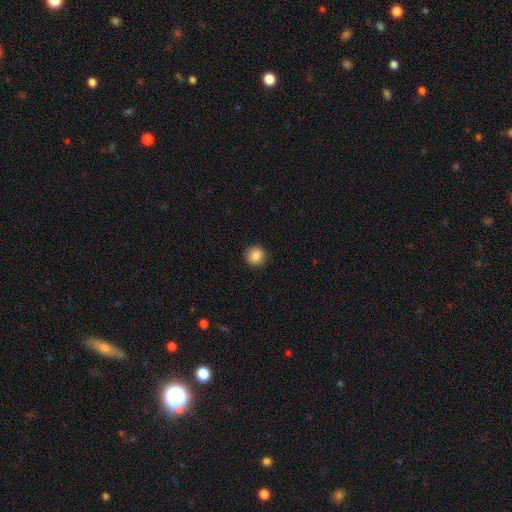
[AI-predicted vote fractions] smooth_or_featured: smooth (p=0.87) [alt: star or artifact p=0.09]
how_rounded: round (p=0.93) [alt: in between p=0.06]
merging: none (p=0.92) [alt: minor disturbance p=0.05]